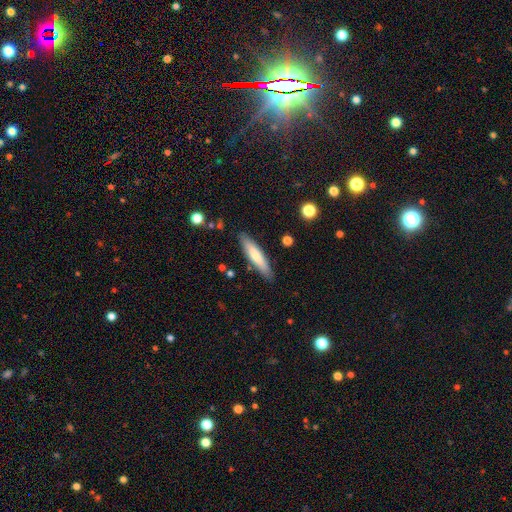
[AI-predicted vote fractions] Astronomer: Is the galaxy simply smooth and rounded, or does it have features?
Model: smooth — 70%.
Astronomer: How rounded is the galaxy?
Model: cigar-shaped — 82%.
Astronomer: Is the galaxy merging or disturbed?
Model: none — 86%.